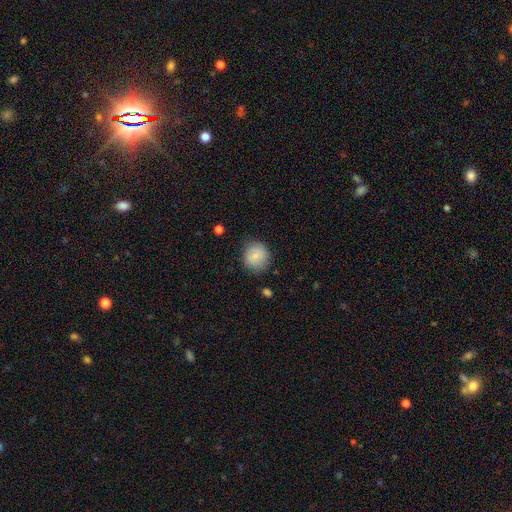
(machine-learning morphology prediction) Overall: smooth (82%). How rounded: round (85%). Merging: none (79%).